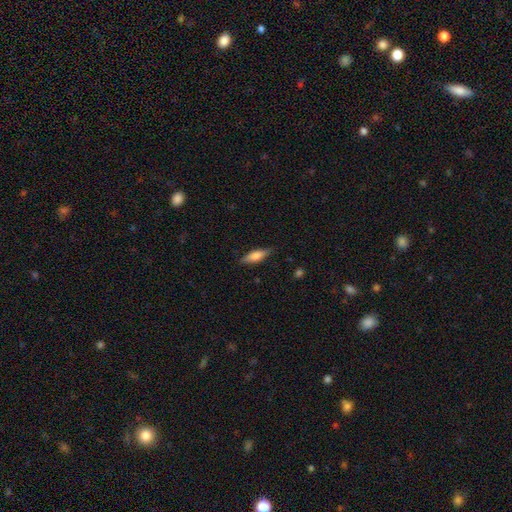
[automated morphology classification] Smooth or featured? Predicted: smooth (p=0.63). How rounded? Predicted: cigar-shaped (p=0.50). Merging? Predicted: none (p=0.83).